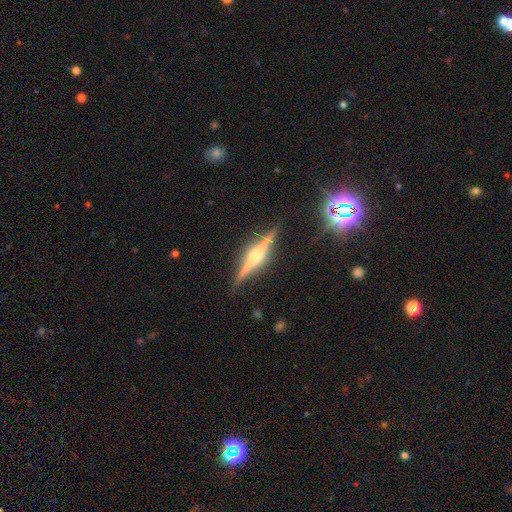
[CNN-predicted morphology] featured or disk 81%, smooth 12%, star or artifact 7%. Down the decision tree: edge-on disk — yes (98%); edge-on bulge — rounded (87%); merging — none (89%).